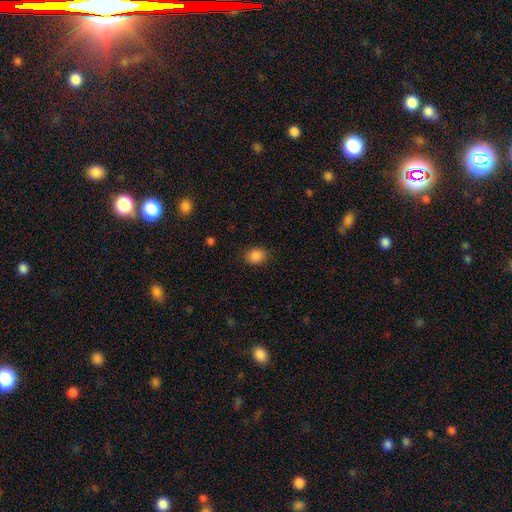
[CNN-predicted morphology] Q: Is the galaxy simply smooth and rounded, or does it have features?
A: smooth — 87%.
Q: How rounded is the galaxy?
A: round — 56%.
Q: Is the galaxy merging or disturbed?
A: none — 85%.